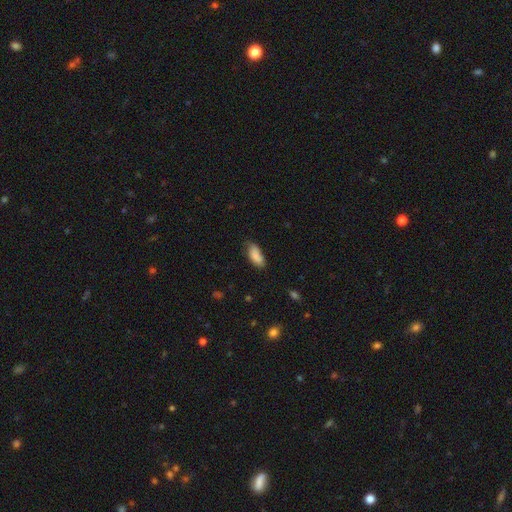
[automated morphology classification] type=smooth (86%); roundness=in between (81%); merging=none (63%).